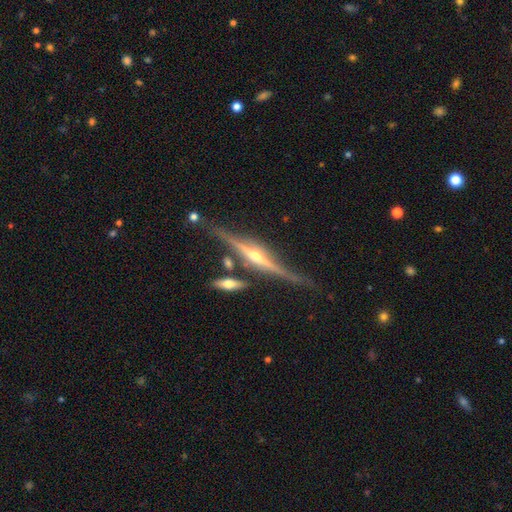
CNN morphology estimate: Smooth or featured? featured or disk (87%)
Edge-on disk? yes (98%)
Edge-on bulge? rounded (90%)
Merging? none (77%)